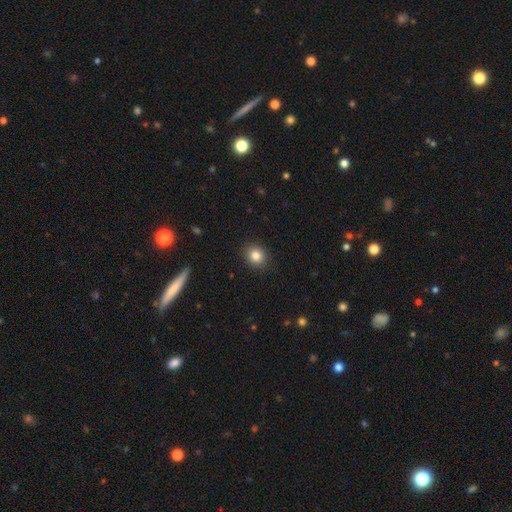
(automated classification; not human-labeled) This appears to be a smooth galaxy with no disk features (83%) that is round (75%). Merging: none (90%).